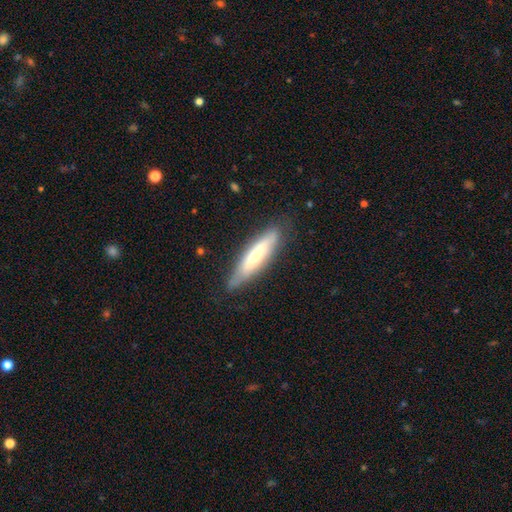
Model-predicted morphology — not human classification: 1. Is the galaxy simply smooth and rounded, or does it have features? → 51% smooth, 43% featured or disk, 6% star or artifact.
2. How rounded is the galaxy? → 75% cigar-shaped, 23% in between, 1% round.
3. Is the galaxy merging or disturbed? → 78% none, 17% minor disturbance, 4% major disturbance, 1% merger.